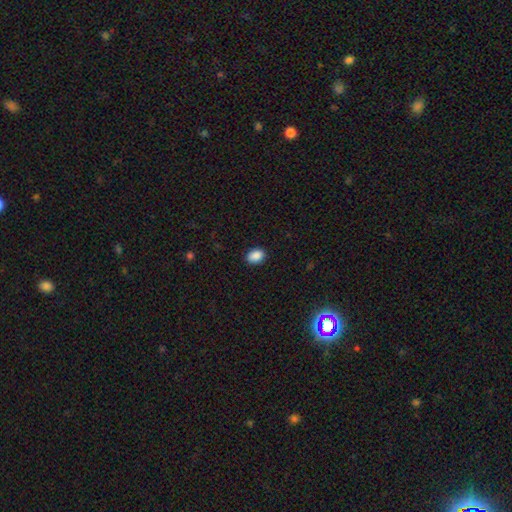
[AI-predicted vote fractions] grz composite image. It shows a smooth galaxy with no disk features (89%) that is in between round and cigar-shaped (76%). Merging: none (89%).